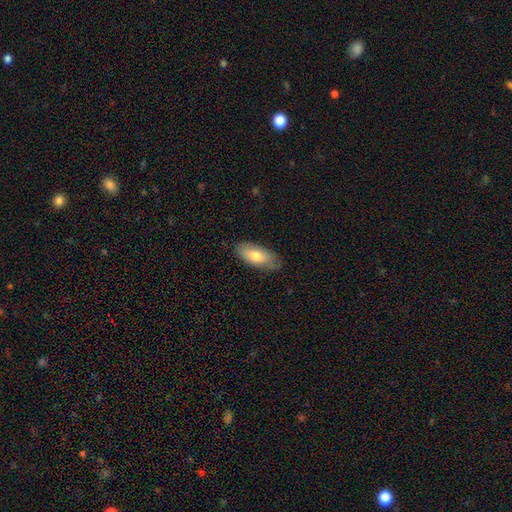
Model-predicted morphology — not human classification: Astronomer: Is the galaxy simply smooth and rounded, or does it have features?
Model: smooth — 73%.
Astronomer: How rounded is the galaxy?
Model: in between — 87%.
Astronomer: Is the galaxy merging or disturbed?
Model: none — 78%.